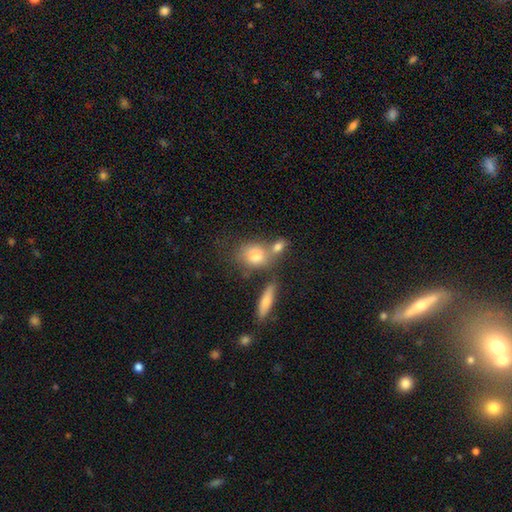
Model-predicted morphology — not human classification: type=smooth (75%); roundness=in between (51%); merging=none (46%).